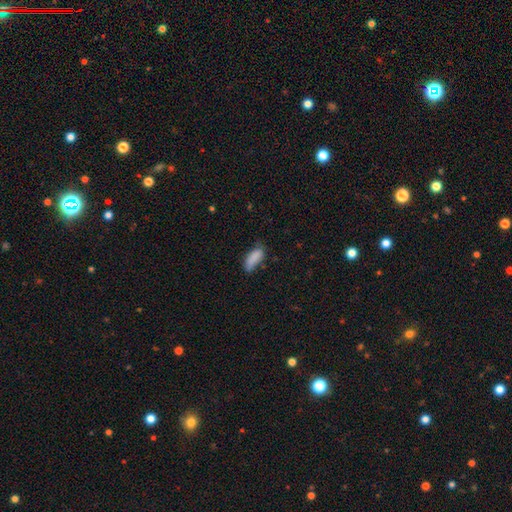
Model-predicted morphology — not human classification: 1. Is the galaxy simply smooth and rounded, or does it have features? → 85% smooth, 8% star or artifact, 8% featured or disk.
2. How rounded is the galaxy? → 72% in between, 26% cigar-shaped, 2% round.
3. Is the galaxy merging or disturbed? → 53% none, 33% minor disturbance, 9% major disturbance, 4% merger.